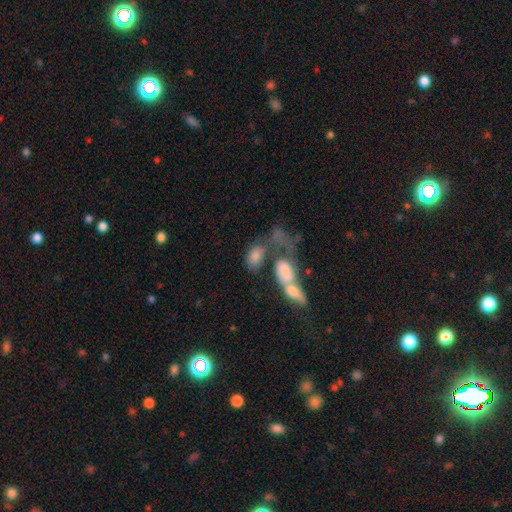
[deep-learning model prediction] smooth 73%, featured or disk 17%, star or artifact 9%. Down the decision tree: how rounded — in between (88%); merging — merger (53%).